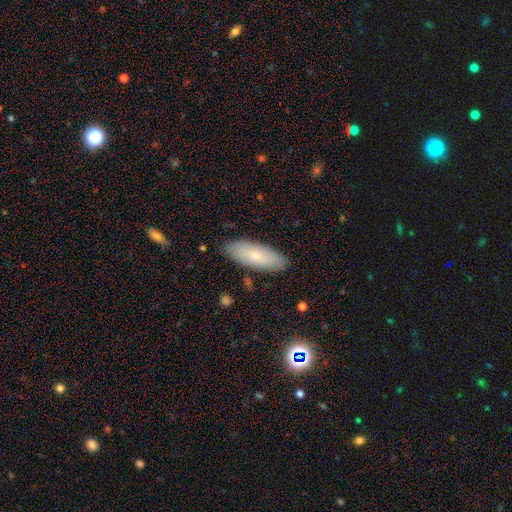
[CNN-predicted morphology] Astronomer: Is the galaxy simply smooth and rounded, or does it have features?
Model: smooth — 73%.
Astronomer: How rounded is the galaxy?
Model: in between — 68%.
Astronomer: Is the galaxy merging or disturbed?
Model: none — 86%.